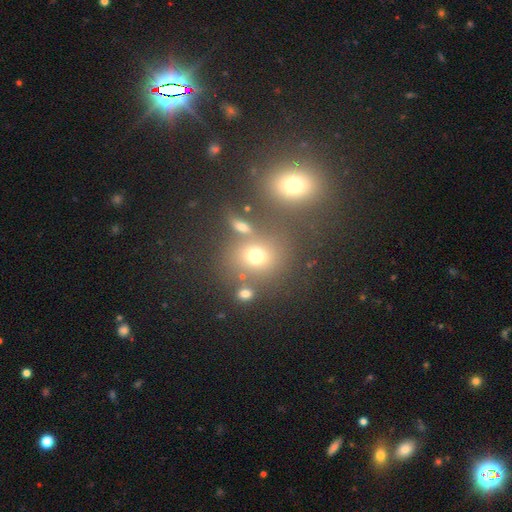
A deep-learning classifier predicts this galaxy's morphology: This appears to be a smooth galaxy with no disk features (69%) that is round (73%). Merging: none (62%).